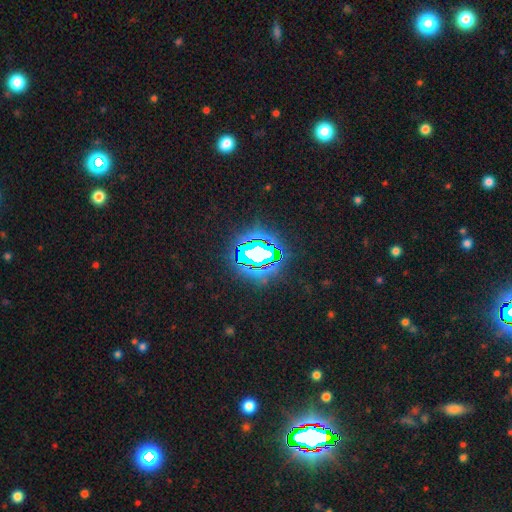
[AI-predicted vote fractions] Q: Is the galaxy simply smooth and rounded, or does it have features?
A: star or artifact — 77%.